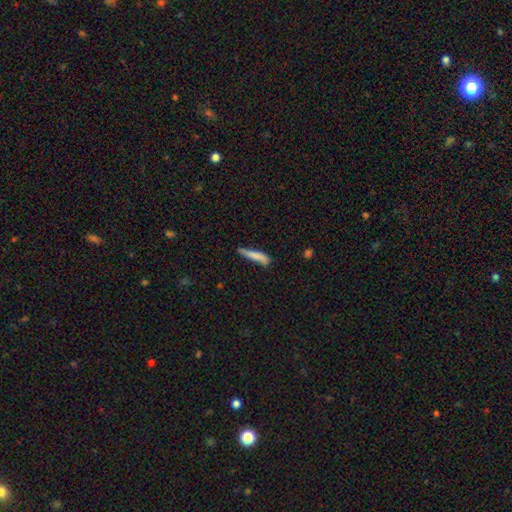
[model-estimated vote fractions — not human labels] A smooth galaxy with no disk features (79%) that is cigar-shaped (89%). Merging: none (62%).